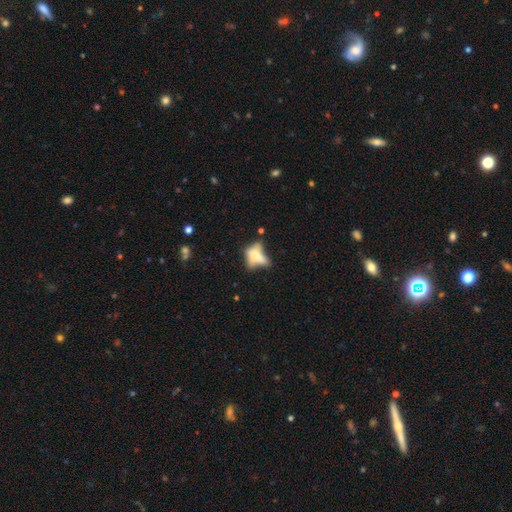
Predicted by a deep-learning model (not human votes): This is possibly a smooth galaxy (54%). How rounded: likely in between (74%). Merging: marginally none (29%).